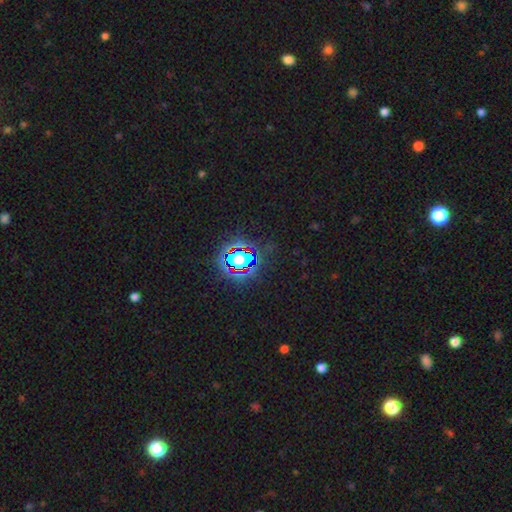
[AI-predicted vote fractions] Smooth or featured?
  - star or artifact: 82% *
  - smooth: 11%
  - featured or disk: 7%